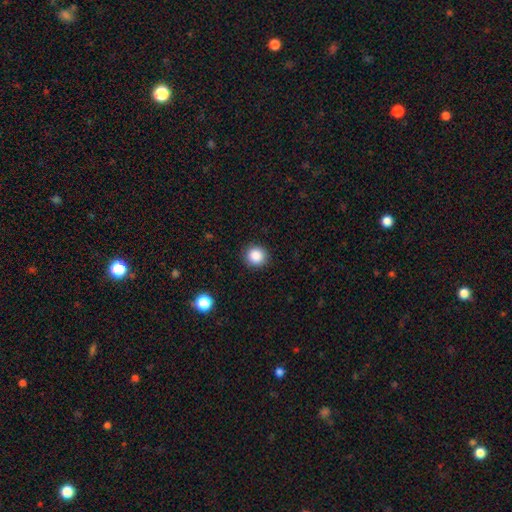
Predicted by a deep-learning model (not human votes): smooth-or-featured: smooth: 86% | star or artifact: 10% | featured or disk: 4%
  how-rounded: round: 91% | in between: 8% | cigar-shaped: 1%
  merging: none: 90% | minor disturbance: 7% | major disturbance: 2% | merger: 1%